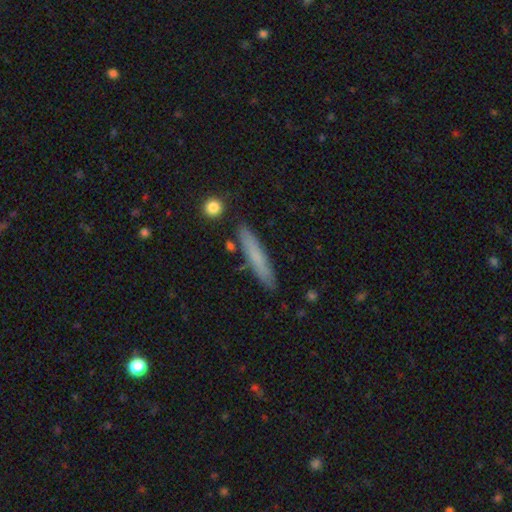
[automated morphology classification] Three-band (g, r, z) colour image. It shows a smooth galaxy with no disk features (70%) that is cigar-shaped (93%). Merging: none (87%).